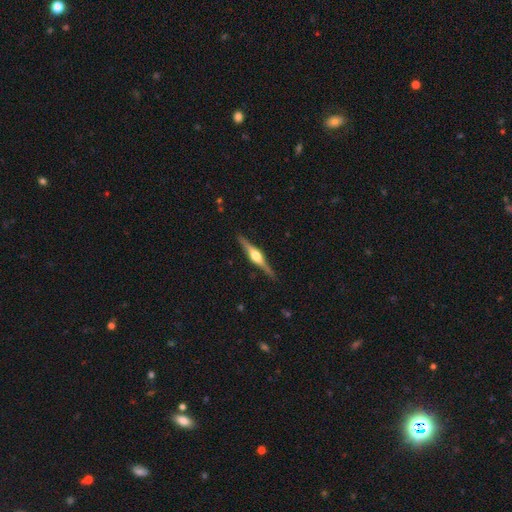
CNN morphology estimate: The model was most divided on "smooth or featured": featured or disk: 82%, smooth: 13%, star or artifact: 5%. More confident: edge-on disk — yes (98%); edge-on bulge — rounded (92%); merging — none (89%).